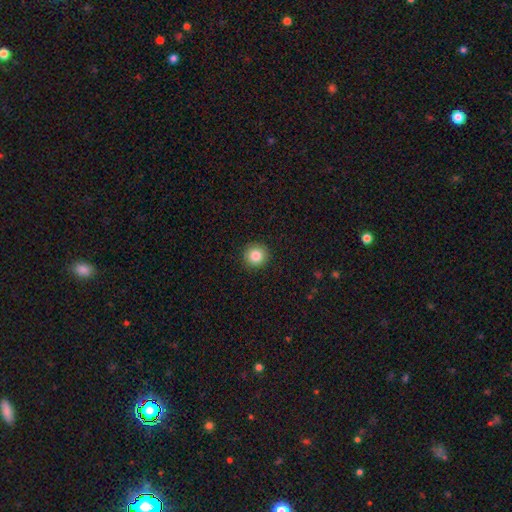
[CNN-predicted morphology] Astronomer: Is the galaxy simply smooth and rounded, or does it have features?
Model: smooth — 84%.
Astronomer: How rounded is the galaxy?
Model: round — 95%.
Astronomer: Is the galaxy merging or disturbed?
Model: none — 93%.